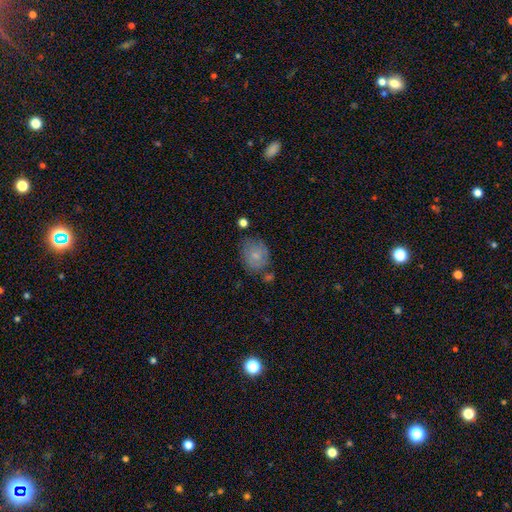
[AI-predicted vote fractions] The model was most divided on "how rounded": round: 61%, in between: 38%, cigar-shaped: 1%. More confident: smooth or featured — smooth (78%); merging — none (63%).